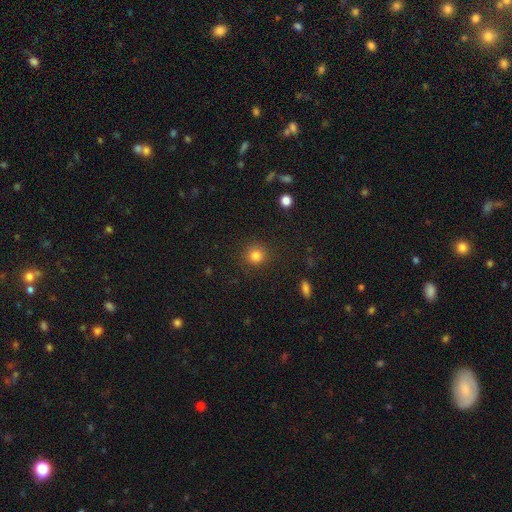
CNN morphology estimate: smooth_or_featured: smooth (p=0.83) [alt: star or artifact p=0.12]
how_rounded: round (p=0.90) [alt: in between p=0.09]
merging: none (p=0.87) [alt: minor disturbance p=0.08]